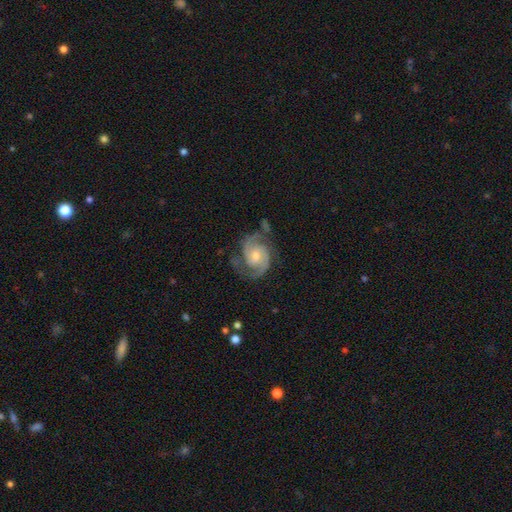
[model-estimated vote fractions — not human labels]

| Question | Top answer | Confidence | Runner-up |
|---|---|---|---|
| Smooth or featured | featured or disk | 88% | smooth (7%) |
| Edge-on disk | no | 98% | yes (2%) |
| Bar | no | 57% | weak (36%) |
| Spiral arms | yes | 97% | no (3%) |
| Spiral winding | medium | 53% | tight (32%) |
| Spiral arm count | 2 | 84% | 3 (7%) |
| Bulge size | small | 49% | moderate (44%) |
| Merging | none | 65% | minor disturbance (20%) |